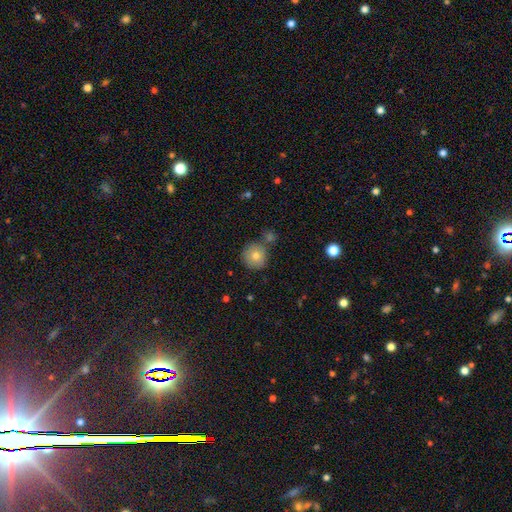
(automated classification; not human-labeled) Smooth or featured? Predicted: smooth (p=0.78). How rounded? Predicted: round (p=0.93). Merging? Predicted: none (p=0.72).